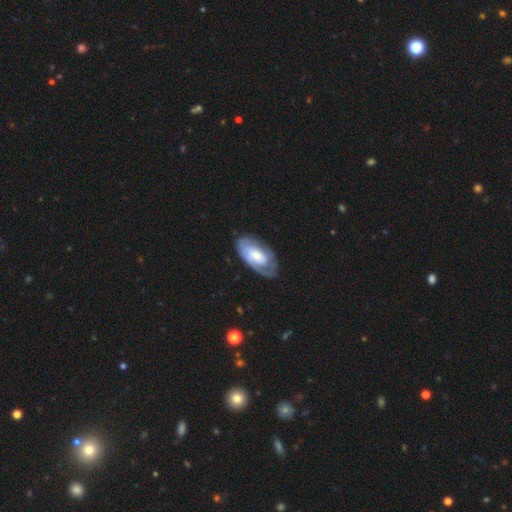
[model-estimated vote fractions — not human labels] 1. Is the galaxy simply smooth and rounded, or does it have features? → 66% featured or disk, 29% smooth, 5% star or artifact.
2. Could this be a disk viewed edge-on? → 94% no, 6% yes.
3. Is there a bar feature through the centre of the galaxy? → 60% no, 32% weak, 9% strong.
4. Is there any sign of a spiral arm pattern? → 82% yes, 18% no.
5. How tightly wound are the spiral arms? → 61% tight, 29% medium, 10% loose.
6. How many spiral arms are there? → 37% 2, 36% can't tell, 18% 1, 6% 3, 2% 4, 2% more than 4.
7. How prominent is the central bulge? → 43% moderate, 35% small, 15% large, 5% none, 2% dominant.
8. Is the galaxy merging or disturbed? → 69% none, 21% minor disturbance, 9% major disturbance, 2% merger.